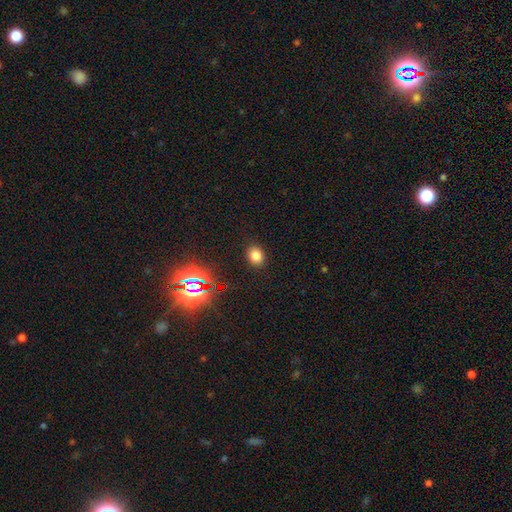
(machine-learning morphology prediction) Smooth or featured: smooth — 77% (star or artifact — 18%)
How rounded: in between — 53% (round — 46%)
Merging: none — 88% (minor disturbance — 8%)